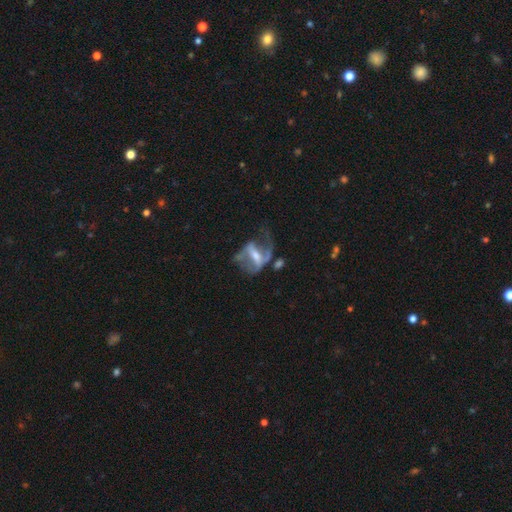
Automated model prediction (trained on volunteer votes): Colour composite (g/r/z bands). It shows a featured or disk galaxy (72%) with a strong bar (50%), spiral arms (59%) and a moderate central bulge (48%). Merging: major disturbance (44%).